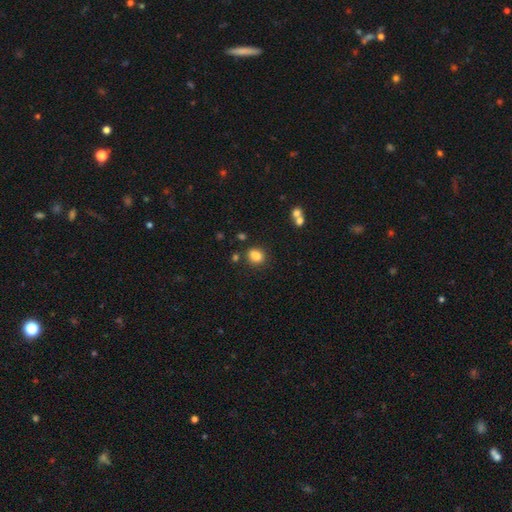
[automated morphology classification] type=smooth (84%); roundness=in between (52%); merging=none (79%).